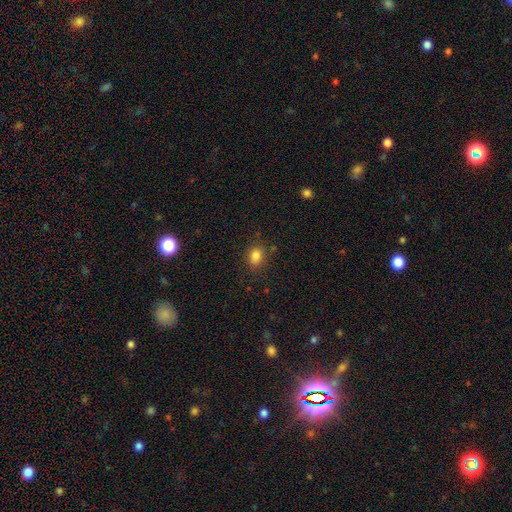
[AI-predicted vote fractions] Morphology: type=smooth (83%); roundness=in between (63%); merging=none (80%).